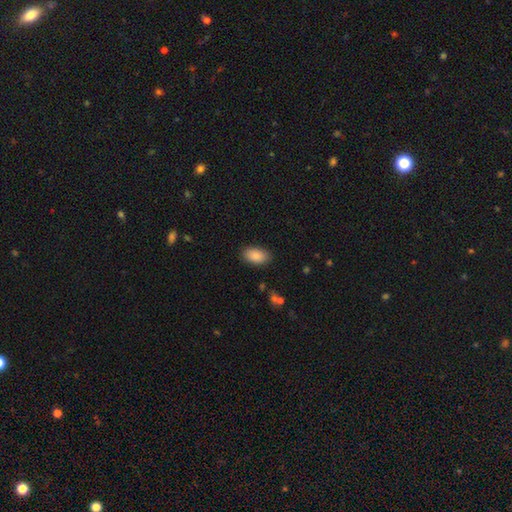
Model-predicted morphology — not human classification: This is clearly a smooth galaxy (87%). How rounded: clearly in between (93%). Merging: clearly none (86%).